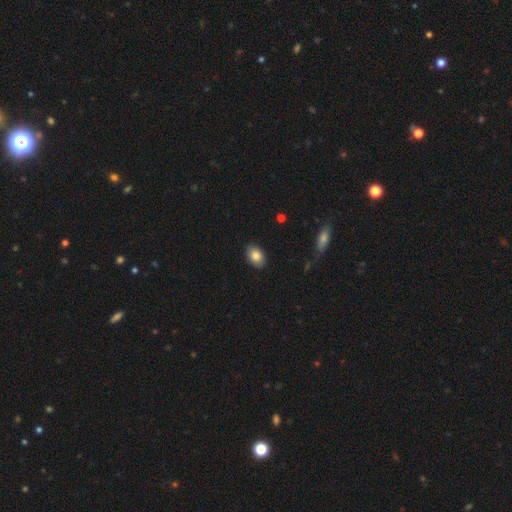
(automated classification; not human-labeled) A smooth galaxy with no disk features (85%) that is in between round and cigar-shaped (84%).

Vote fractions:
- Smooth or featured? smooth: 85% / featured or disk: 8% / star or artifact: 7%
- How rounded? in between: 84% / round: 15% / cigar-shaped: 1%
- Merging? none: 88% / minor disturbance: 9% / major disturbance: 2% / merger: 1%